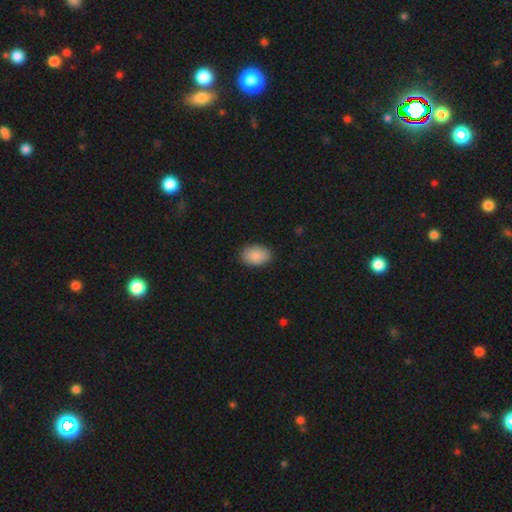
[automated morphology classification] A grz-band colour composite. It shows a smooth galaxy with no disk features (90%) that is in between round and cigar-shaped (87%). Merging: none (88%).